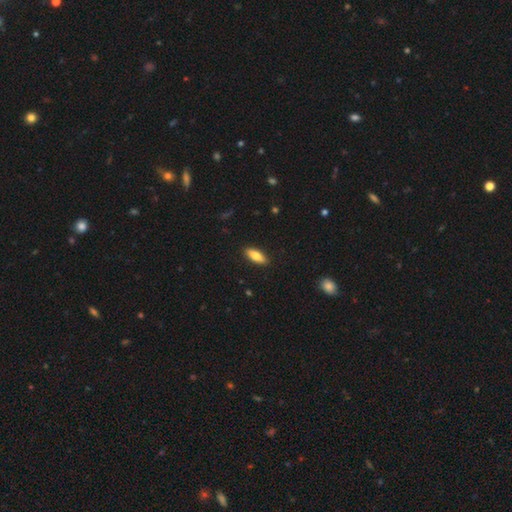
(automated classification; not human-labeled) smooth-or-featured: smooth: 77% | featured or disk: 17% | star or artifact: 6%
  how-rounded: in between: 70% | cigar-shaped: 28% | round: 2%
  merging: none: 90% | minor disturbance: 8% | major disturbance: 2% | merger: 1%